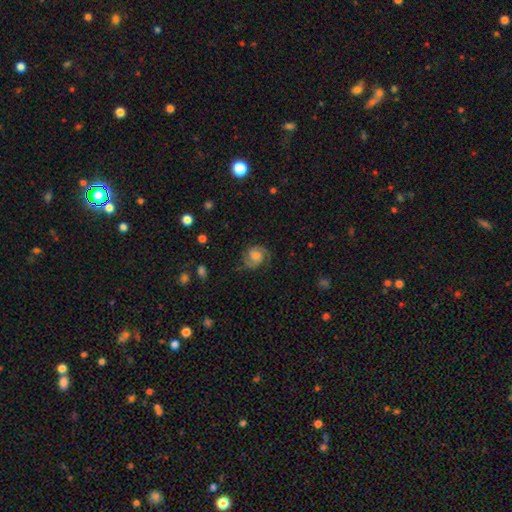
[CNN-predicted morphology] Q: Smooth or featured?
A: featured or disk (72%); runner-up: smooth (19%)
Q: Edge-on disk?
A: no (98%); runner-up: yes (2%)
Q: Bar?
A: no (59%); runner-up: weak (34%)
Q: Spiral arms?
A: yes (95%); runner-up: no (5%)
Q: Spiral winding?
A: medium (48%); runner-up: tight (36%)
Q: Spiral arm count?
A: 2 (86%); runner-up: can't tell (6%)
Q: Bulge size?
A: moderate (34%); runner-up: small (29%)
Q: Merging?
A: none (75%); runner-up: minor disturbance (16%)